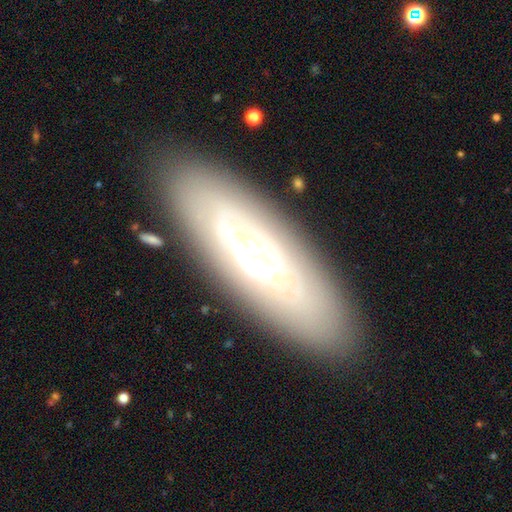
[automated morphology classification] This appears to be a featured or disk galaxy (63%). Merging: none (85%).